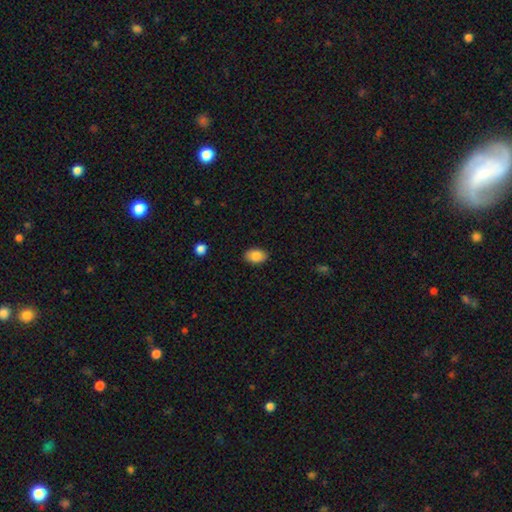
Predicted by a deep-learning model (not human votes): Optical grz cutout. It shows a smooth galaxy with no disk features (87%) that is in between round and cigar-shaped (89%). Merging: none (88%).